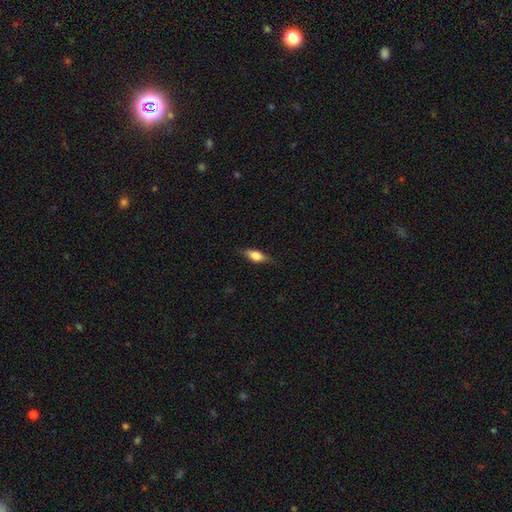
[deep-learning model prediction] smooth 69%, featured or disk 24%, star or artifact 7%. Down the decision tree: how rounded — in between (73%); merging — none (77%).